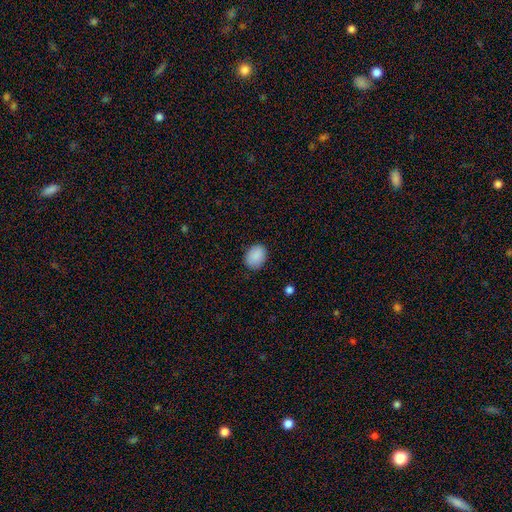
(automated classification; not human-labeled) Smooth or featured?
  - smooth: 89% *
  - star or artifact: 7%
  - featured or disk: 3%
How rounded?
  - in between: 60% *
  - round: 39%
  - cigar-shaped: 1%
Merging?
  - none: 85% *
  - minor disturbance: 11%
  - major disturbance: 3%
  - merger: 1%